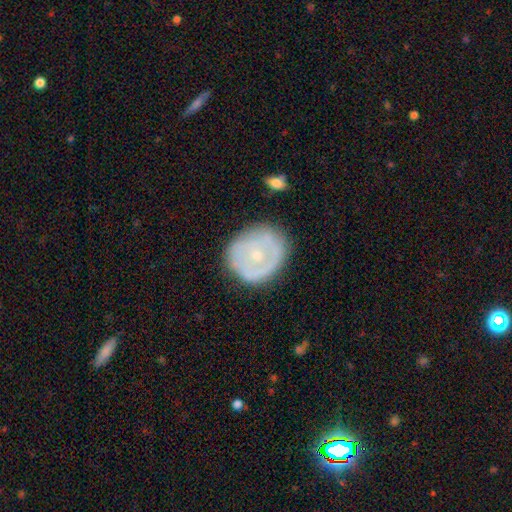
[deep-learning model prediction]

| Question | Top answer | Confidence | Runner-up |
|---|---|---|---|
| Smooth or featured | featured or disk | 50% | smooth (44%) |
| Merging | none | 71% | minor disturbance (19%) |